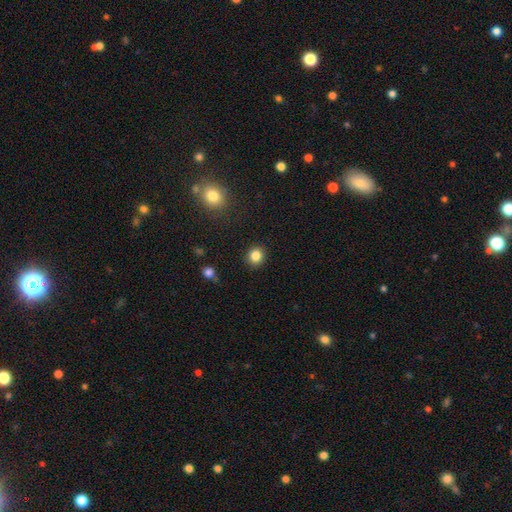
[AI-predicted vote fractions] smooth_or_featured: smooth (p=0.84) [alt: star or artifact p=0.11]
how_rounded: round (p=0.84) [alt: in between p=0.15]
merging: none (p=0.90) [alt: minor disturbance p=0.06]